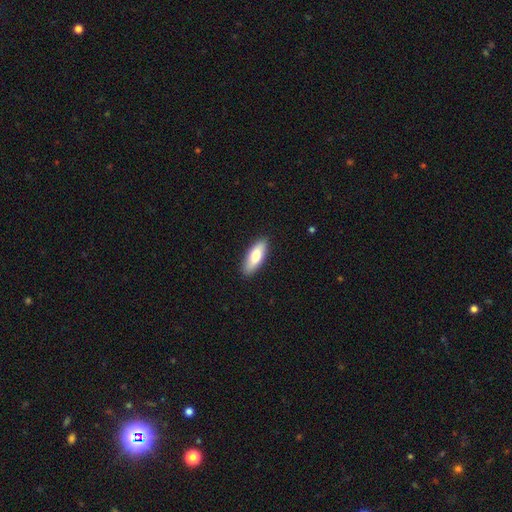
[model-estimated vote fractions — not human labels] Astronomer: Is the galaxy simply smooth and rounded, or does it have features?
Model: smooth — 78%.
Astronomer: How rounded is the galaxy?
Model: in between — 67%.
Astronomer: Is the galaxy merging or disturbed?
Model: none — 89%.